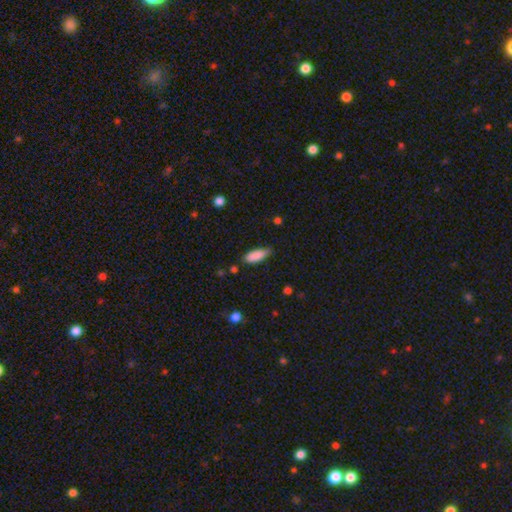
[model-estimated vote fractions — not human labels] Q: Smooth or featured?
A: smooth (86%); runner-up: featured or disk (7%)
Q: How rounded?
A: in between (71%); runner-up: cigar-shaped (27%)
Q: Merging?
A: none (67%); runner-up: minor disturbance (27%)